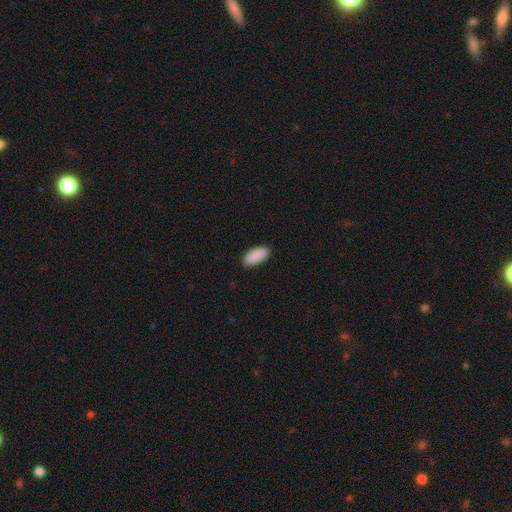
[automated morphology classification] Smooth or featured? Predicted: smooth (p=0.91). How rounded? Predicted: in between (p=0.90). Merging? Predicted: none (p=0.90).